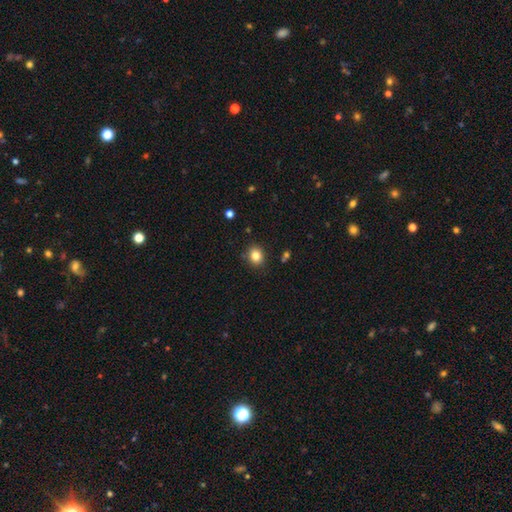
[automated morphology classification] Smooth or featured? smooth (82%)
How rounded? round (68%)
Merging? none (87%)